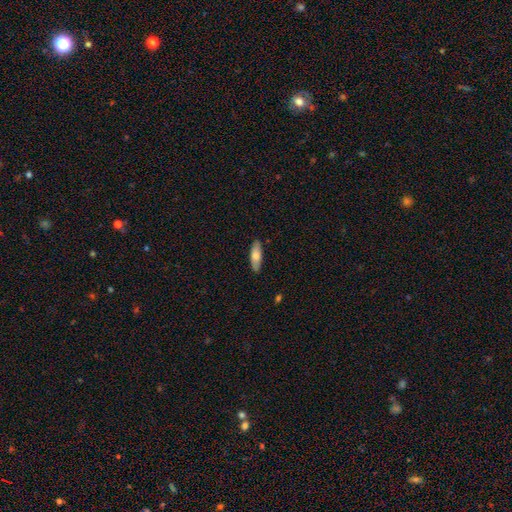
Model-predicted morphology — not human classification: The model was most divided on "how rounded": in between: 55%, cigar-shaped: 43%, round: 2%. More confident: merging — none (86%); smooth or featured — smooth (73%).